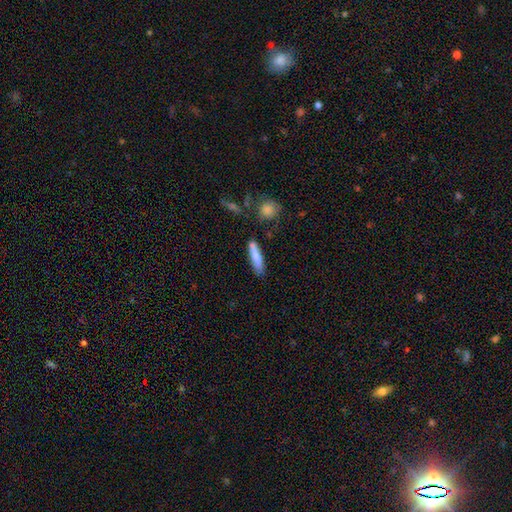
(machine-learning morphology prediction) A smooth galaxy with no disk features (80%) that is cigar-shaped (81%).

Vote fractions:
- Smooth or featured? smooth: 80% / featured or disk: 13% / star or artifact: 6%
- How rounded? cigar-shaped: 81% / in between: 18% / round: 2%
- Merging? none: 79% / minor disturbance: 13% / merger: 5% / major disturbance: 3%